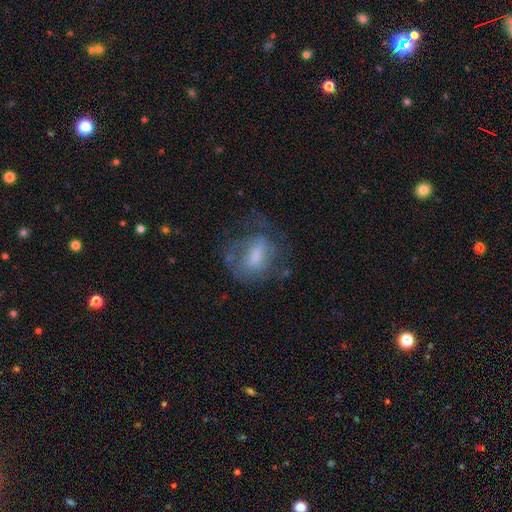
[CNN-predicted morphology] The model was most divided on "smooth or featured": featured or disk: 53%, smooth: 36%, star or artifact: 11%. Remaining: edge-on disk — no (94%); merging — none (48%).